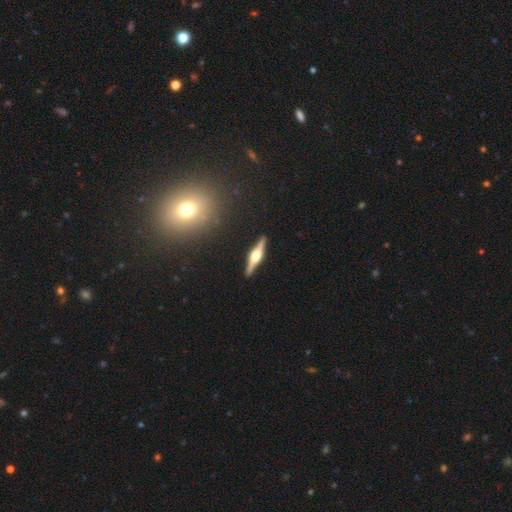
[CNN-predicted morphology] Smooth or featured: featured or disk — 81% (smooth — 14%)
Edge-on disk: yes — 98% (no — 2%)
Edge-on bulge: rounded — 92% (boxy — 7%)
Merging: none — 91% (minor disturbance — 7%)